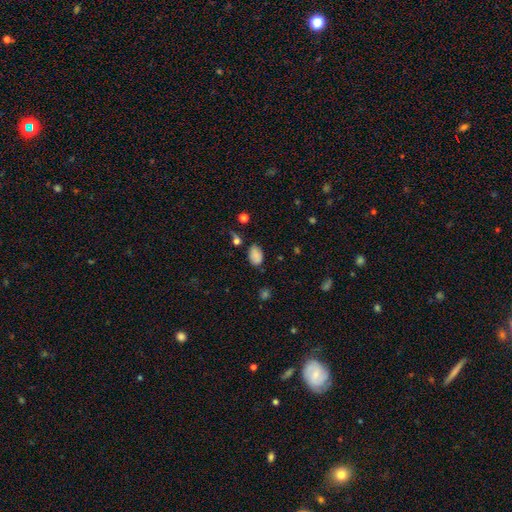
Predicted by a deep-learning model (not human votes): The model was most divided on "merging": none: 72%, minor disturbance: 19%, major disturbance: 5%, merger: 4%. More confident: how rounded — in between (87%); smooth or featured — smooth (83%).